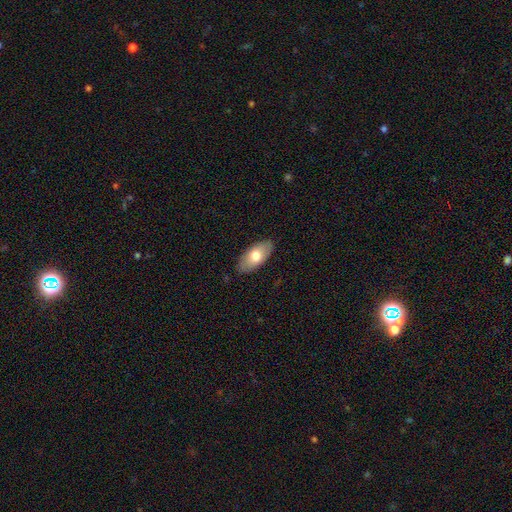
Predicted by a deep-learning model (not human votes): Smooth or featured: smooth — 70% (featured or disk — 24%)
How rounded: in between — 92% (cigar-shaped — 6%)
Merging: none — 86% (minor disturbance — 11%)